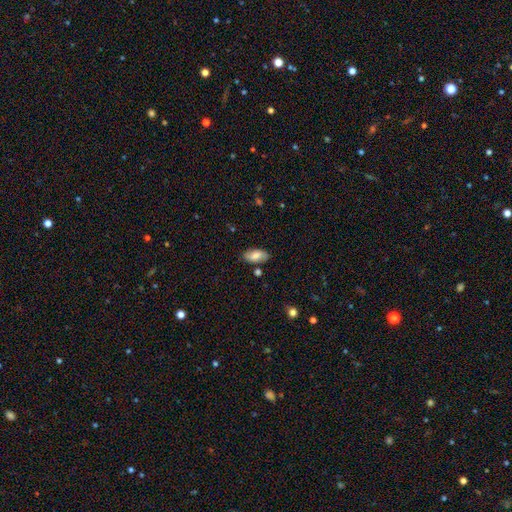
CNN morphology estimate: Overall: smooth (74%). How rounded: in between (92%). Merging: none (81%).